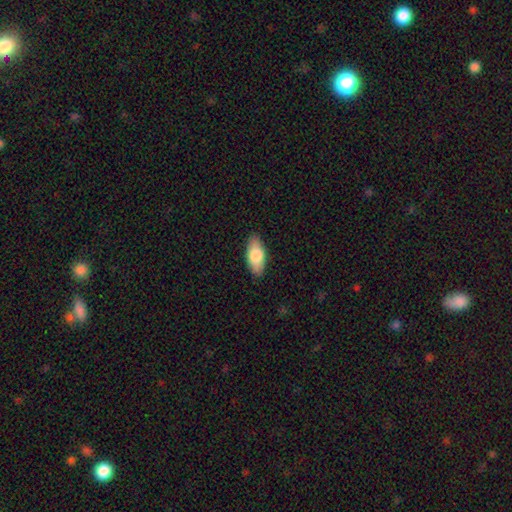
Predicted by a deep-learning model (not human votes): Smooth or featured? smooth (79%)
How rounded? in between (88%)
Merging? none (87%)